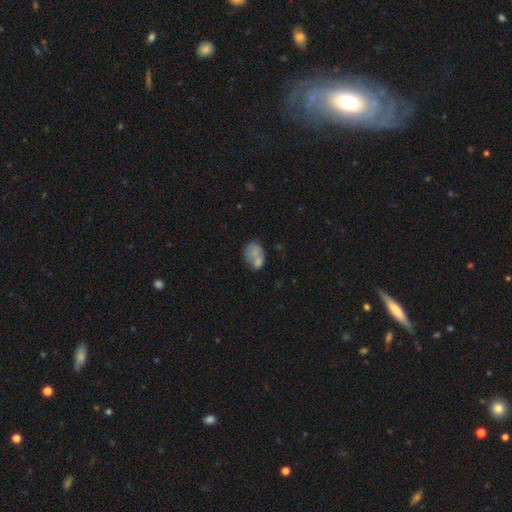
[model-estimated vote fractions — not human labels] Smooth or featured: smooth — 63% (featured or disk — 27%)
How rounded: in between — 69% (round — 30%)
Merging: none — 36% (merger — 33%)